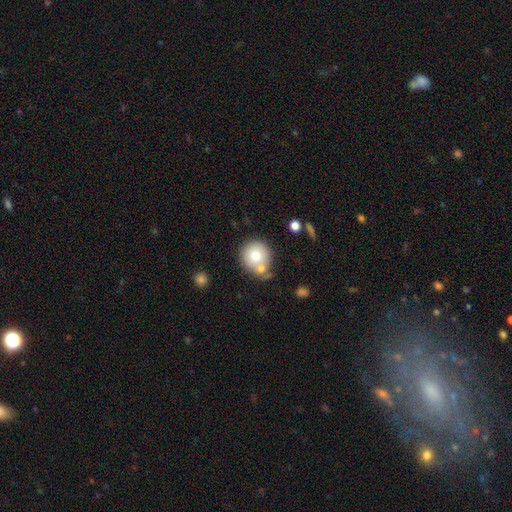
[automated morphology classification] A smooth galaxy with no disk features (75%) that is round (91%).

Vote fractions:
- Smooth or featured? smooth: 75% / featured or disk: 16% / star or artifact: 9%
- How rounded? round: 91% / in between: 8% / cigar-shaped: 1%
- Merging? none: 50% / merger: 32% / minor disturbance: 14% / major disturbance: 5%